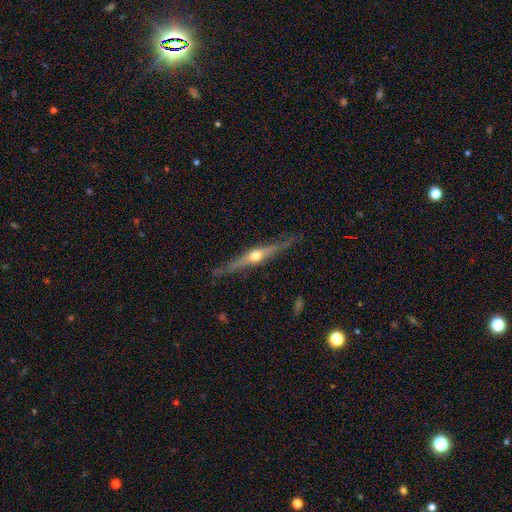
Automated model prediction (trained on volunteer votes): The model was most divided on "smooth or featured": featured or disk: 75%, smooth: 19%, star or artifact: 6%. More confident: edge-on disk — yes (96%); edge-on bulge — rounded (92%); merging — none (84%).